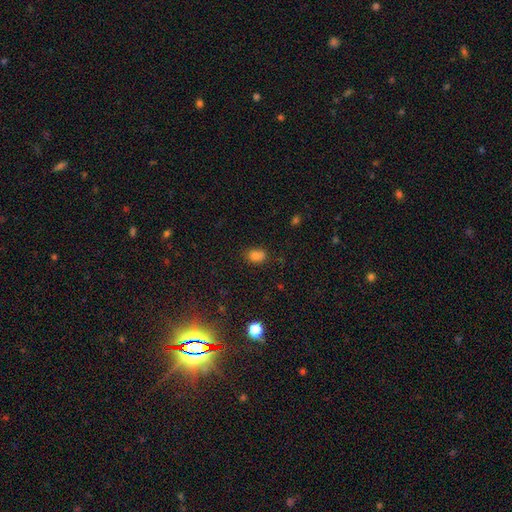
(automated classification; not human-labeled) smooth 77%, star or artifact 14%, featured or disk 9%. Down the decision tree: how rounded — in between (60%); merging — none (57%).